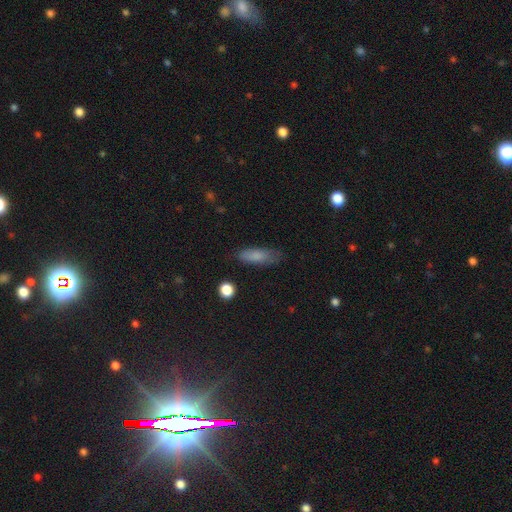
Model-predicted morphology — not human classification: This appears to be a smooth galaxy with no disk features (81%) that is in between round and cigar-shaped (56%). Merging: none (72%).